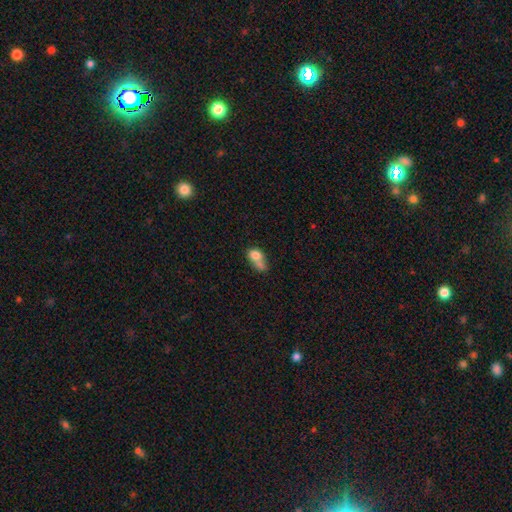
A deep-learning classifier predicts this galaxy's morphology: Smooth or featured: smooth — 73% (featured or disk — 17%)
How rounded: in between — 63% (round — 35%)
Merging: merger — 59% (none — 21%)